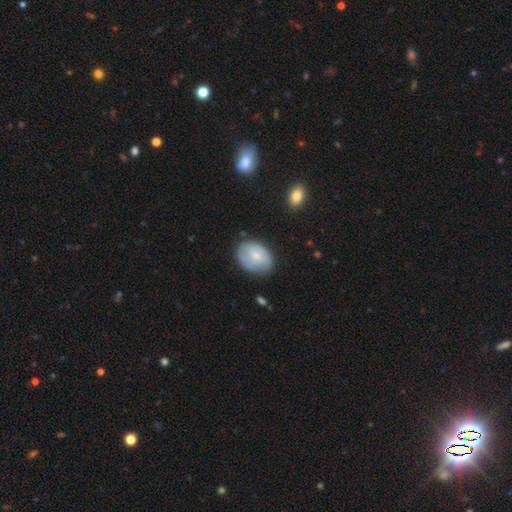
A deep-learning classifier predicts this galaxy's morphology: smooth_or_featured: smooth (p=0.63) [alt: featured or disk p=0.31]
how_rounded: in between (p=0.72) [alt: round p=0.27]
merging: none (p=0.73) [alt: minor disturbance p=0.21]